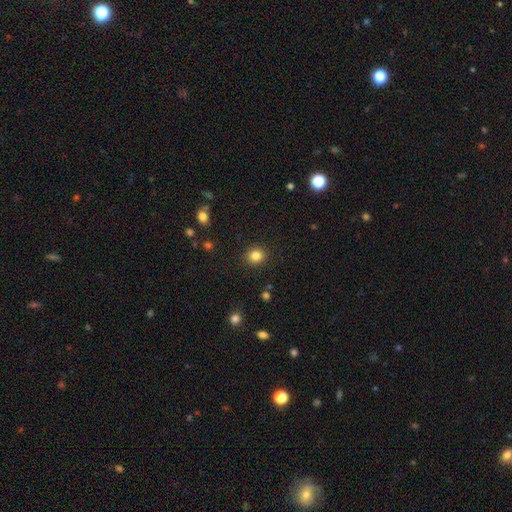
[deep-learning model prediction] smooth 84%, star or artifact 11%, featured or disk 5%. Down the decision tree: how rounded — round (84%); merging — none (90%).